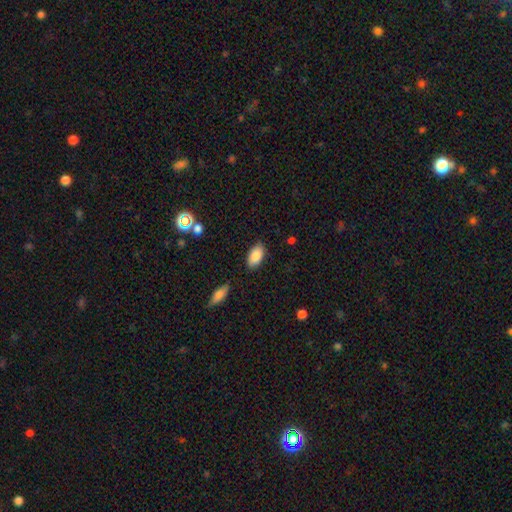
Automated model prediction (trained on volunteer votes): A smooth galaxy with no disk features (87%) that is in between round and cigar-shaped (93%).

Vote fractions:
- Smooth or featured? smooth: 87% / star or artifact: 7% / featured or disk: 6%
- How rounded? in between: 93% / round: 3% / cigar-shaped: 3%
- Merging? none: 84% / minor disturbance: 11% / major disturbance: 3% / merger: 2%